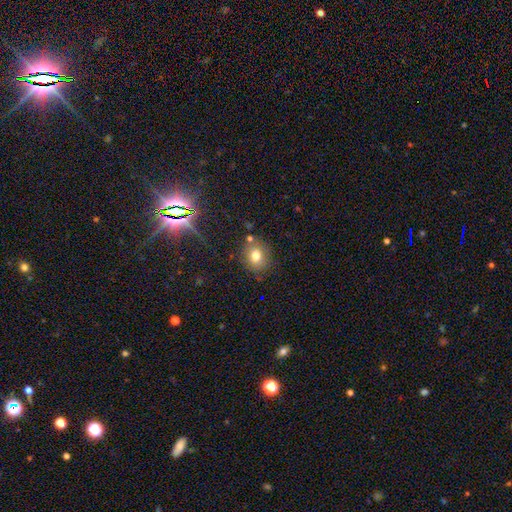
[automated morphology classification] Q: Smooth or featured?
A: smooth (75%); runner-up: star or artifact (15%)
Q: How rounded?
A: round (70%); runner-up: in between (29%)
Q: Merging?
A: none (79%); runner-up: minor disturbance (12%)